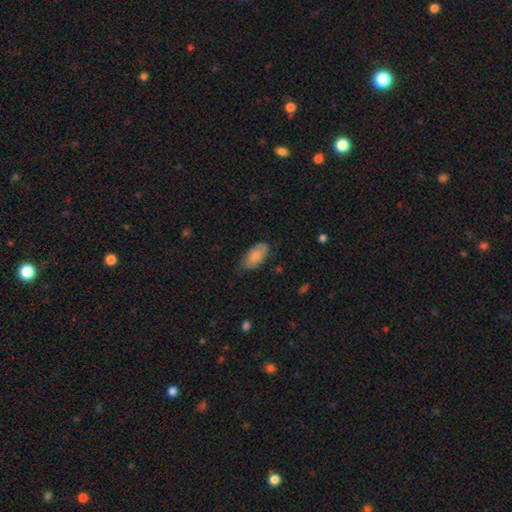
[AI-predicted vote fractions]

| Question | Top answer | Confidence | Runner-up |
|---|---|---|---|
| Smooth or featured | smooth | 83% | featured or disk (10%) |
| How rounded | in between | 93% | cigar-shaped (4%) |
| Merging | none | 71% | minor disturbance (24%) |